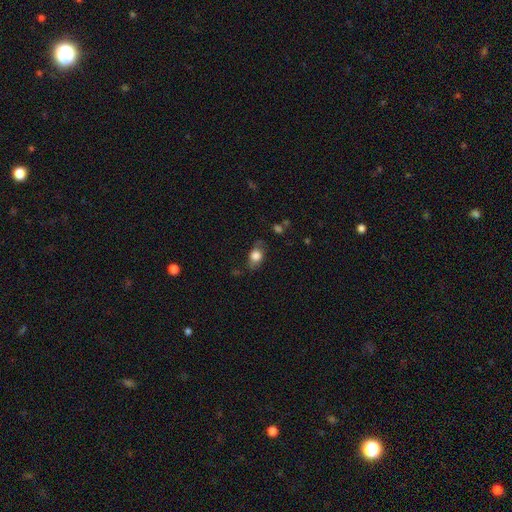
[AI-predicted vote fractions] smooth-or-featured: smooth: 75% | featured or disk: 16% | star or artifact: 9%
  how-rounded: in between: 67% | round: 30% | cigar-shaped: 3%
  merging: none: 65% | minor disturbance: 24% | major disturbance: 9% | merger: 2%